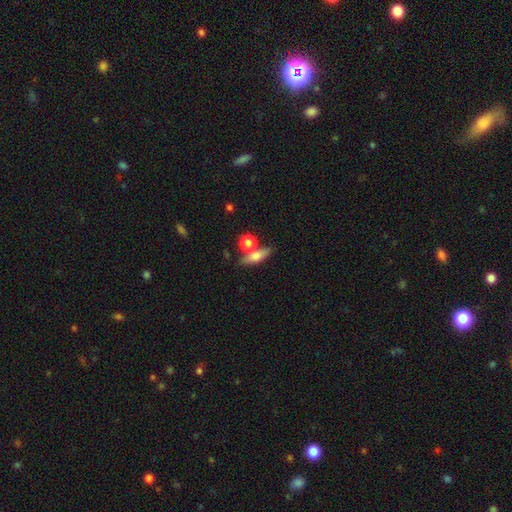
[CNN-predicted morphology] type=smooth (64%); roundness=in between (46%); merging=none (62%).